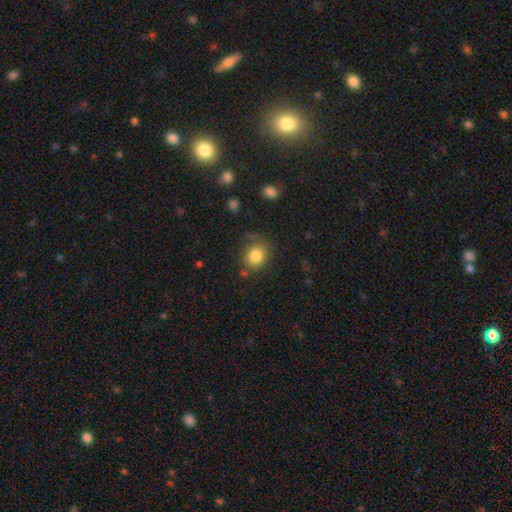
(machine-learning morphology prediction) smooth 82%, star or artifact 10%, featured or disk 8%. Down the decision tree: how rounded — round (65%); merging — none (65%).